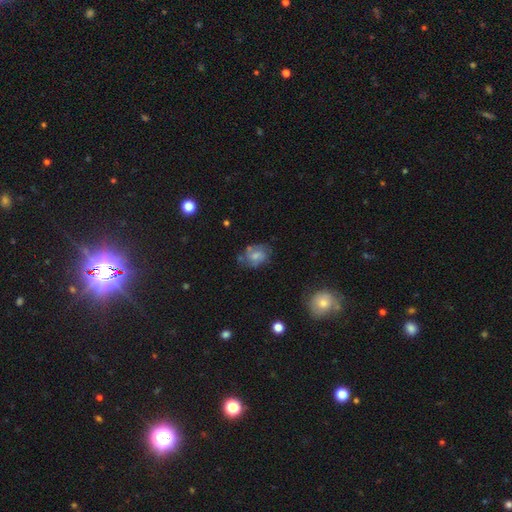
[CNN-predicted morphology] smooth_or_featured: featured or disk (p=0.48) [alt: smooth p=0.42]
merging: none (p=0.58) [alt: minor disturbance p=0.25]